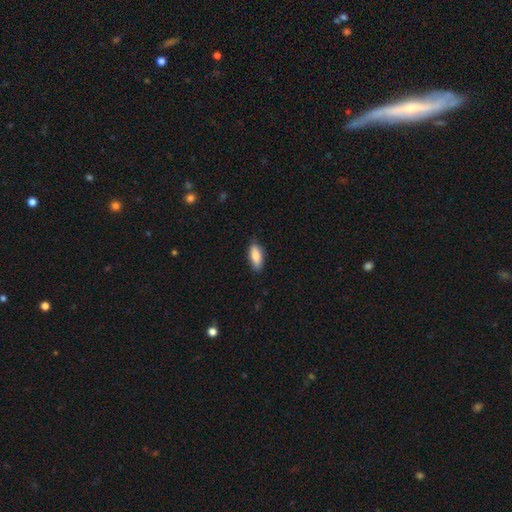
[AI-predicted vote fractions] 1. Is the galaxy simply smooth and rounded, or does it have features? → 83% smooth, 11% featured or disk, 6% star or artifact.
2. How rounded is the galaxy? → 76% in between, 22% cigar-shaped, 2% round.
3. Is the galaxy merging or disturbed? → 84% none, 12% minor disturbance, 2% major disturbance, 1% merger.